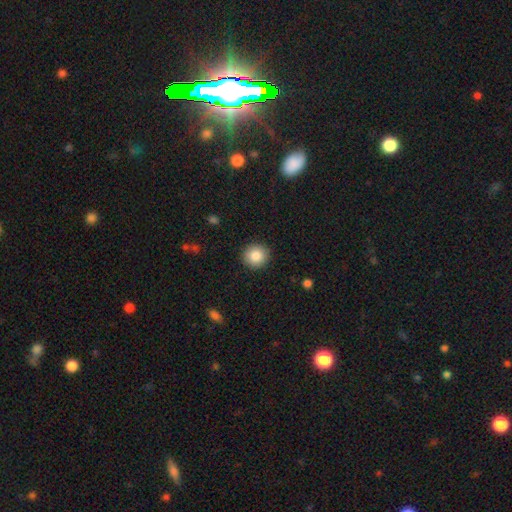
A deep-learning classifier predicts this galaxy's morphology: smooth_or_featured: smooth (p=0.86) [alt: star or artifact p=0.09]
how_rounded: round (p=0.90) [alt: in between p=0.09]
merging: none (p=0.91) [alt: minor disturbance p=0.06]